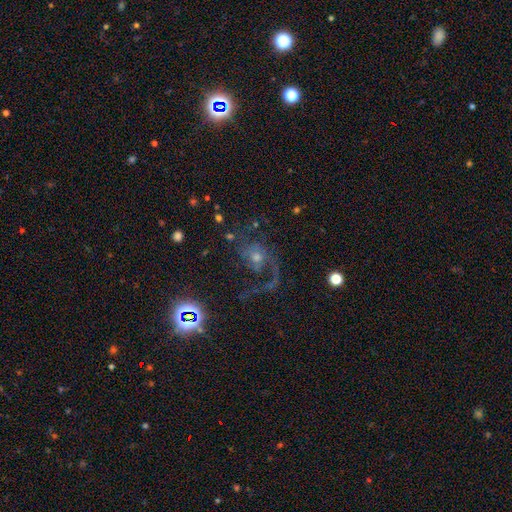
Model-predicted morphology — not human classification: Q: Smooth or featured?
A: featured or disk (73%); runner-up: star or artifact (16%)
Q: Edge-on disk?
A: no (97%); runner-up: yes (3%)
Q: Bar?
A: no (71%); runner-up: weak (22%)
Q: Spiral arms?
A: yes (92%); runner-up: no (8%)
Q: Spiral winding?
A: loose (52%); runner-up: medium (38%)
Q: Spiral arm count?
A: 2 (52%); runner-up: 1 (38%)
Q: Bulge size?
A: moderate (48%); runner-up: small (41%)
Q: Merging?
A: none (50%); runner-up: major disturbance (32%)